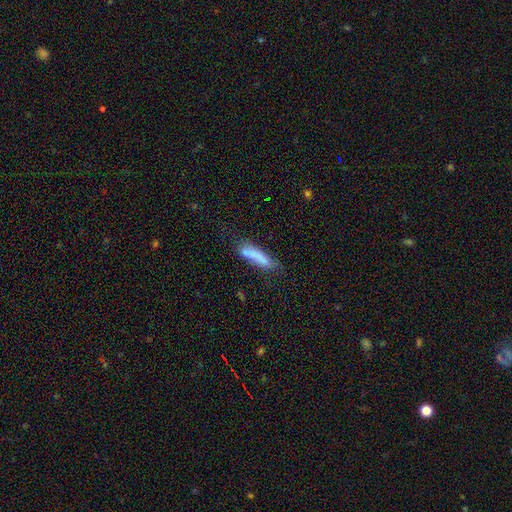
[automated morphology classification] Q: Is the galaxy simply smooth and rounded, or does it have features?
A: smooth — 75%.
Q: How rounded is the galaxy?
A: cigar-shaped — 77%.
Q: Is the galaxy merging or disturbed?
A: none — 54%.